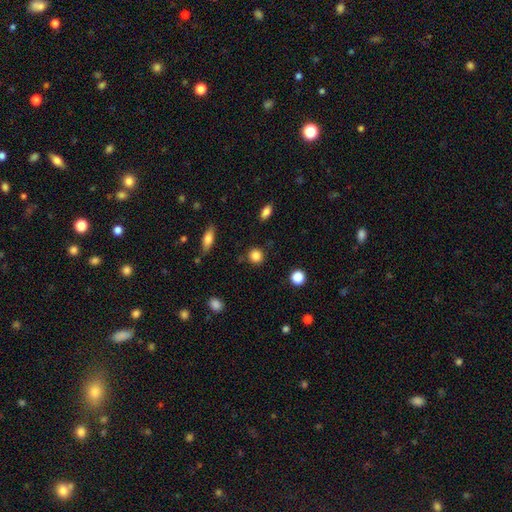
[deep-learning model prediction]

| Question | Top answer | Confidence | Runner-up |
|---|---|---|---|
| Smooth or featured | smooth | 85% | star or artifact (10%) |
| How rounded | round | 89% | in between (10%) |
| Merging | none | 87% | minor disturbance (8%) |